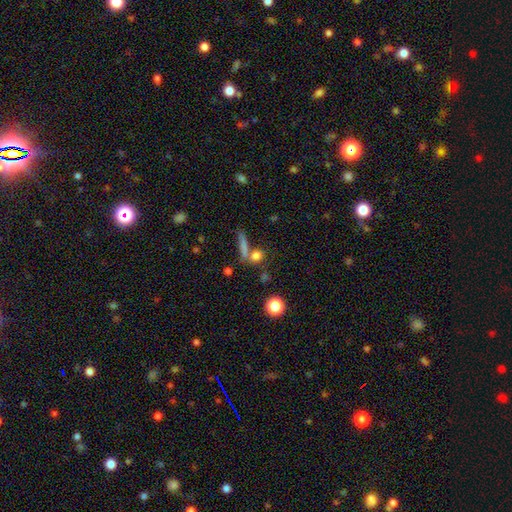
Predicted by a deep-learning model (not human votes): smooth_or_featured: smooth (p=0.76) [alt: star or artifact p=0.13]
how_rounded: round (p=0.55) [alt: in between p=0.27]
merging: none (p=0.61) [alt: merger p=0.25]